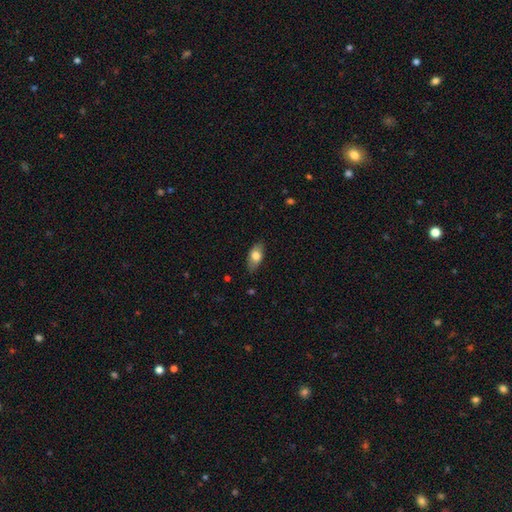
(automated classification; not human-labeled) smooth-or-featured: smooth: 74% | featured or disk: 19% | star or artifact: 6%
  how-rounded: in between: 89% | cigar-shaped: 7% | round: 4%
  merging: none: 82% | minor disturbance: 14% | major disturbance: 3% | merger: 1%